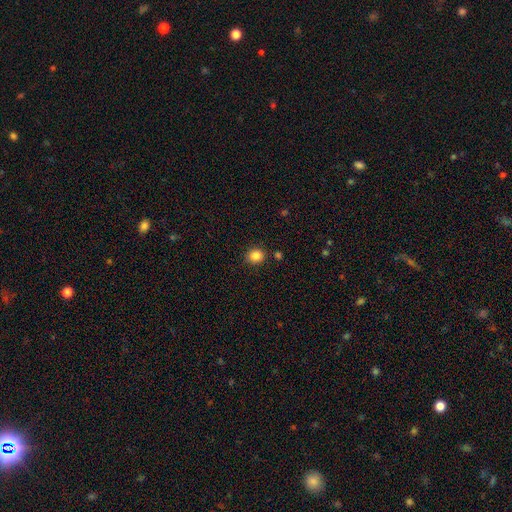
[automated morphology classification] smooth 85%, star or artifact 11%, featured or disk 4%. Down the decision tree: how rounded — round (81%); merging — none (87%).